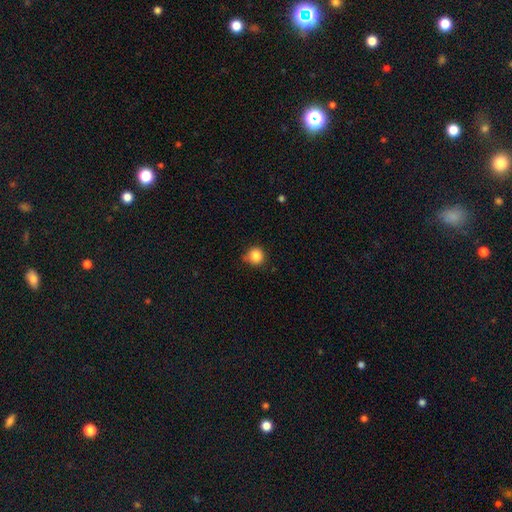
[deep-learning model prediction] A smooth galaxy with no disk features (84%) that is round (92%).

Vote fractions:
- Smooth or featured? smooth: 84% / star or artifact: 11% / featured or disk: 5%
- How rounded? round: 92% / in between: 7% / cigar-shaped: 1%
- Merging? none: 75% / minor disturbance: 19% / major disturbance: 3% / merger: 2%